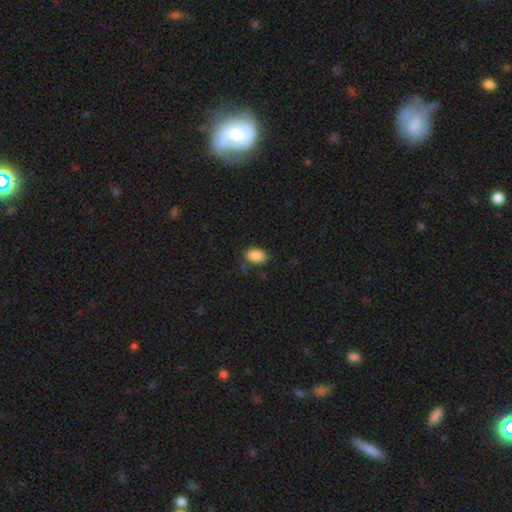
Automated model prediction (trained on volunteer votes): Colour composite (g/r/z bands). It shows a smooth galaxy with no disk features (88%) that is in between round and cigar-shaped (85%). Merging: none (77%).